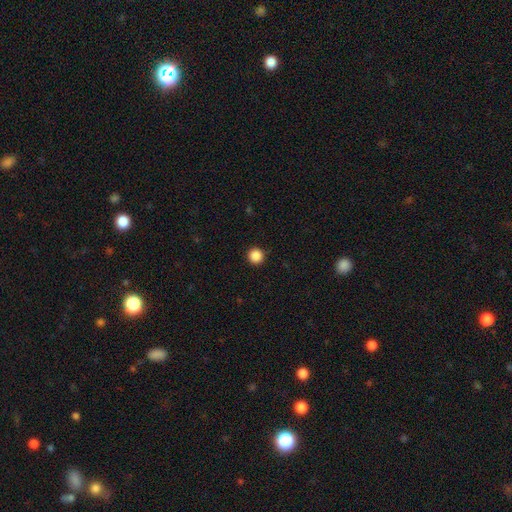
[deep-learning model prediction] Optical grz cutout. It shows a smooth galaxy with no disk features (87%) that is round (96%). Merging: none (93%).